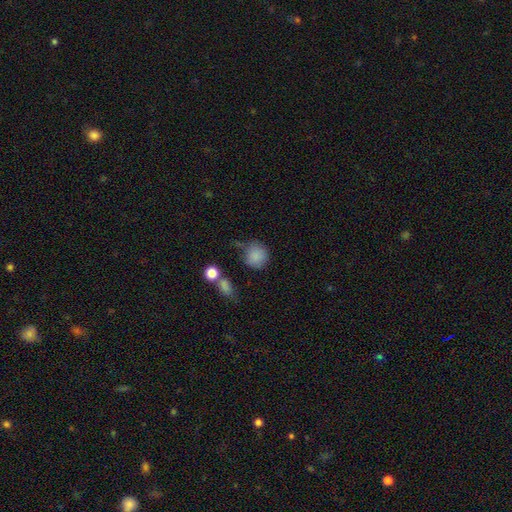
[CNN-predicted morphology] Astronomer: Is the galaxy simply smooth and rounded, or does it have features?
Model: smooth — 84%.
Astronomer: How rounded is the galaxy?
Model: round — 84%.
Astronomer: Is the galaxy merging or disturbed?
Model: none — 60%.